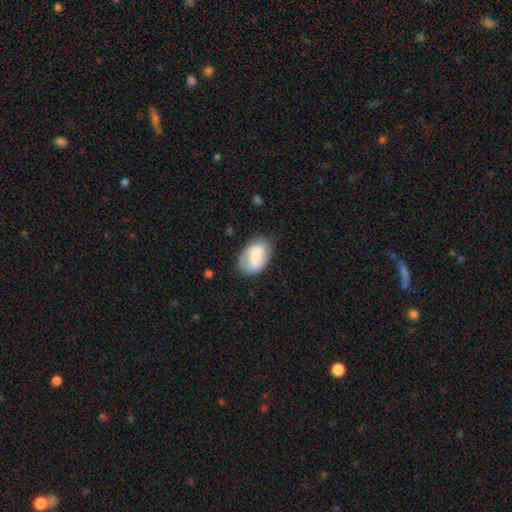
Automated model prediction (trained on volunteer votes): smooth_or_featured: smooth (p=0.65) [alt: featured or disk p=0.28]
how_rounded: in between (p=0.87) [alt: round p=0.12]
merging: none (p=0.67) [alt: minor disturbance p=0.23]